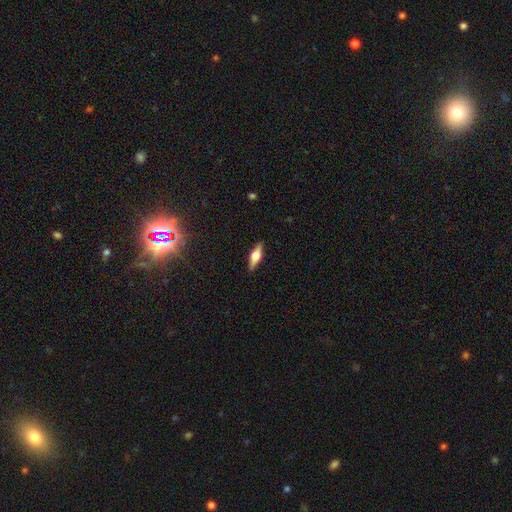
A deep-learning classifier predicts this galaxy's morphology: A featured or disk galaxy (62%) viewed edge-on (95%) with a rounded central bulge (93%).

Vote fractions:
- Smooth or featured? featured or disk: 62% / smooth: 32% / star or artifact: 7%
- Edge-on disk? yes: 95% / no: 5%
- Edge-on bulge? rounded: 93% / boxy: 5% / none: 1%
- Merging? none: 89% / minor disturbance: 8% / major disturbance: 2% / merger: 1%